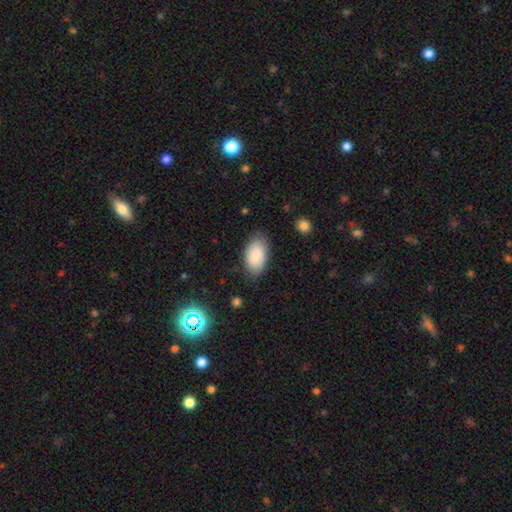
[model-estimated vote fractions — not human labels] smooth_or_featured: smooth (p=0.86) [alt: featured or disk p=0.08]
how_rounded: in between (p=0.95) [alt: round p=0.03]
merging: none (p=0.78) [alt: minor disturbance p=0.16]